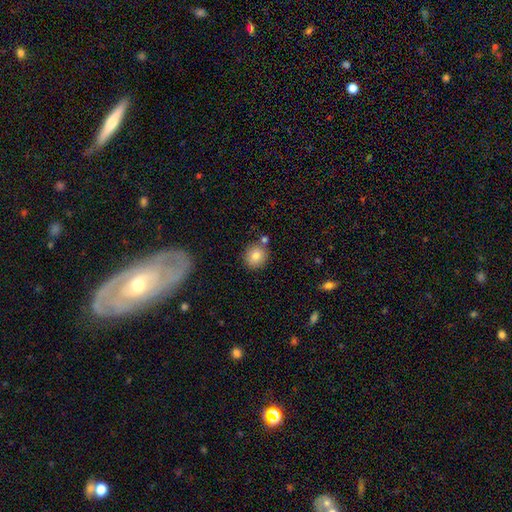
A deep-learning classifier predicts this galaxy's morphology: smooth 82%, star or artifact 9%, featured or disk 9%. Down the decision tree: how rounded — round (82%); merging — none (76%).